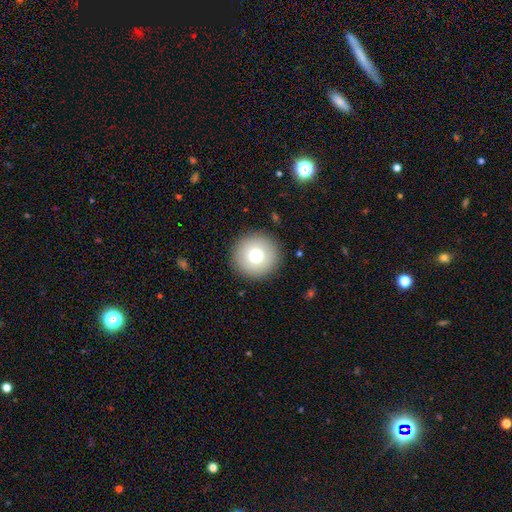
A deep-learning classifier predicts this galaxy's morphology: Smooth or featured: smooth — 75% (featured or disk — 15%)
How rounded: round — 96% (in between — 3%)
Merging: none — 92% (minor disturbance — 5%)